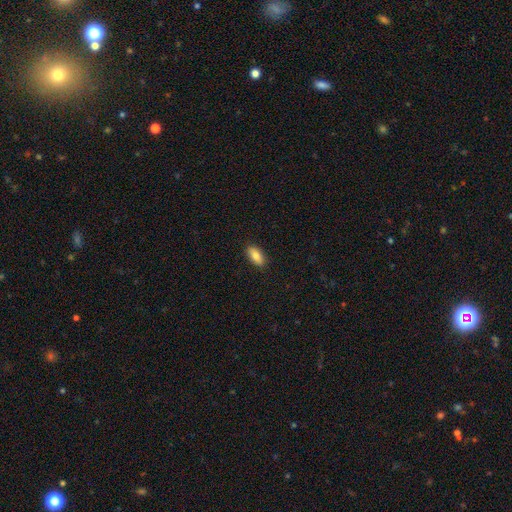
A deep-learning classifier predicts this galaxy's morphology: type=smooth (83%); roundness=in between (89%); merging=none (89%).